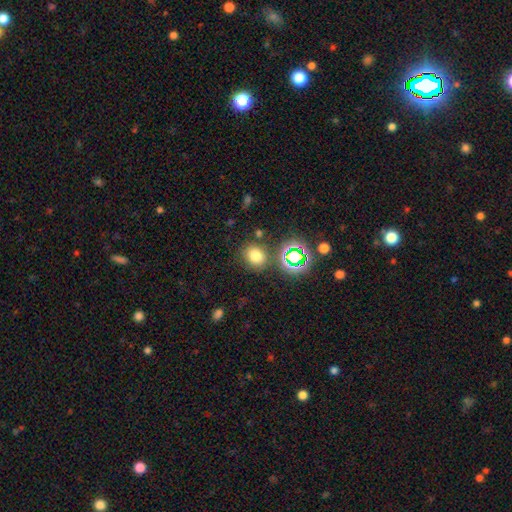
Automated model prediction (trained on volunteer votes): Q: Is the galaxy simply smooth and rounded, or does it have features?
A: smooth — 71%.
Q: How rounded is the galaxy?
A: round — 69%.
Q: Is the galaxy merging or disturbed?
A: none — 78%.